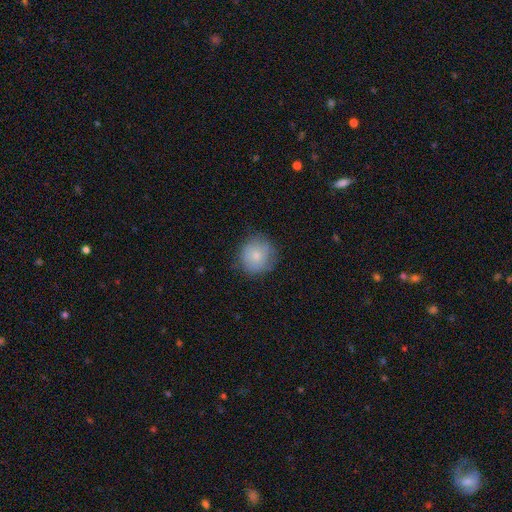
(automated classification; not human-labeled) This is likely a smooth galaxy (77%). How rounded: clearly round (88%). Merging: likely none (76%).